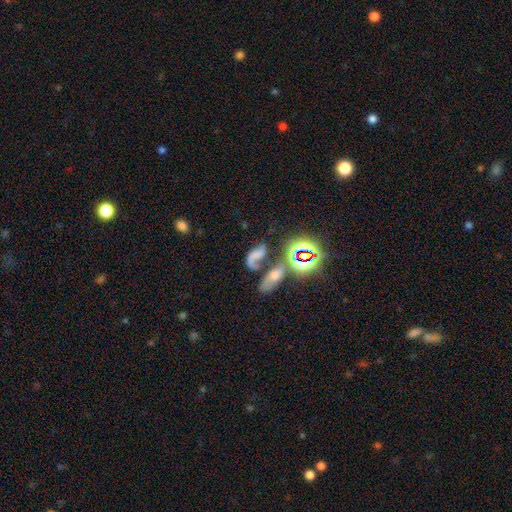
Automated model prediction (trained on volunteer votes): The model was most divided on "merging": merger: 40%, none: 28%, major disturbance: 18%, minor disturbance: 13%. Remaining: smooth or featured — featured or disk (47%).